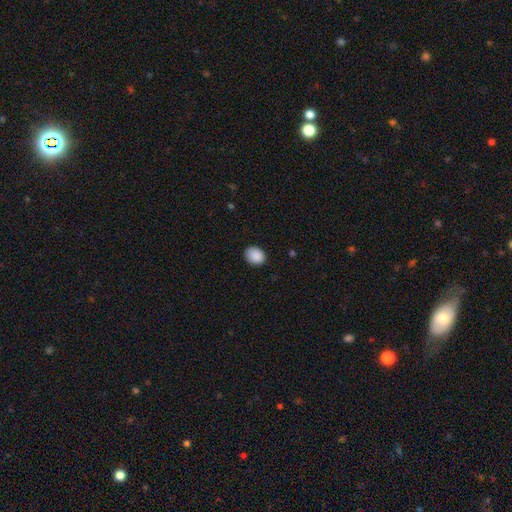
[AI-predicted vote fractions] Smooth or featured? smooth (90%)
How rounded? in between (57%)
Merging? none (86%)